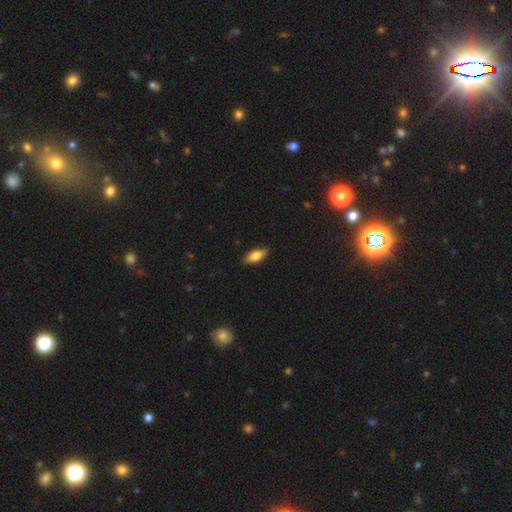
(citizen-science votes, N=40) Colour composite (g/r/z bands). It shows a smooth galaxy with no disk features (62%) that is in between round and cigar-shaped (80%). Merging: none (95%).